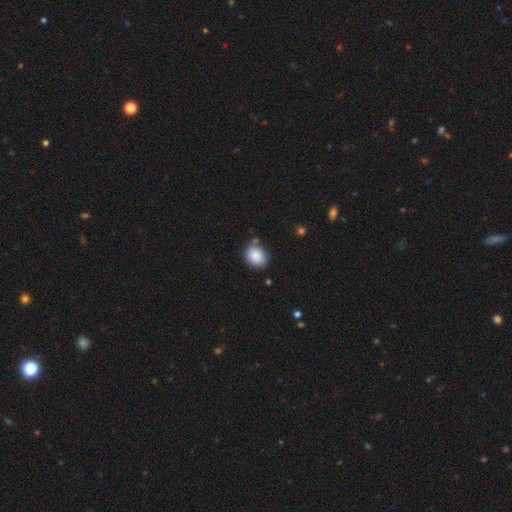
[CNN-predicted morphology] smooth_or_featured: smooth (p=0.86) [alt: star or artifact p=0.08]
how_rounded: round (p=0.54) [alt: in between p=0.45]
merging: none (p=0.72) [alt: minor disturbance p=0.17]